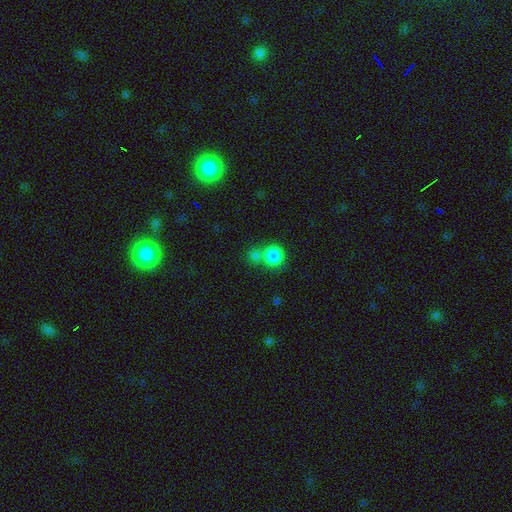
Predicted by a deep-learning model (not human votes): smooth 82%, star or artifact 12%, featured or disk 6%. Down the decision tree: how rounded — round (90%); merging — none (59%).